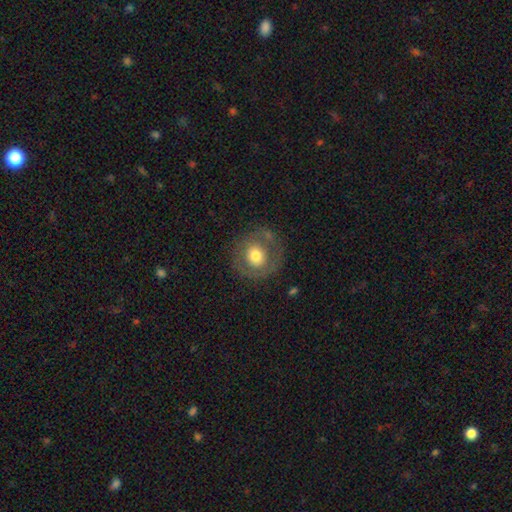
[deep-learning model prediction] Smooth or featured?
  - smooth: 58% *
  - featured or disk: 34%
  - star or artifact: 8%
How rounded?
  - round: 88% *
  - in between: 11%
  - cigar-shaped: 1%
Merging?
  - none: 75% *
  - minor disturbance: 14%
  - major disturbance: 9%
  - merger: 2%